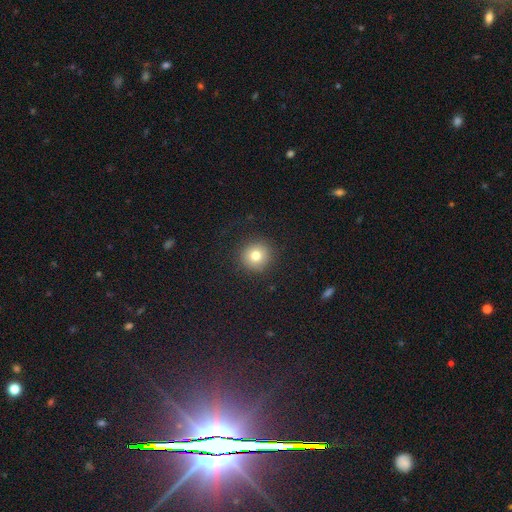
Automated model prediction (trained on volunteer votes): Morphology: type=smooth (78%); roundness=round (94%); merging=none (90%).